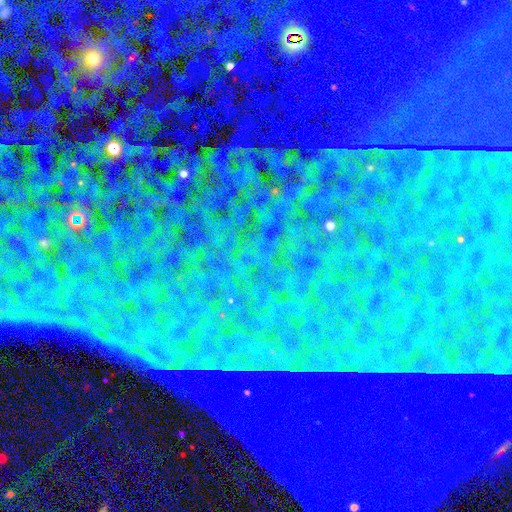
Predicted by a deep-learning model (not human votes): A star or artifact, not a galaxy (87%).